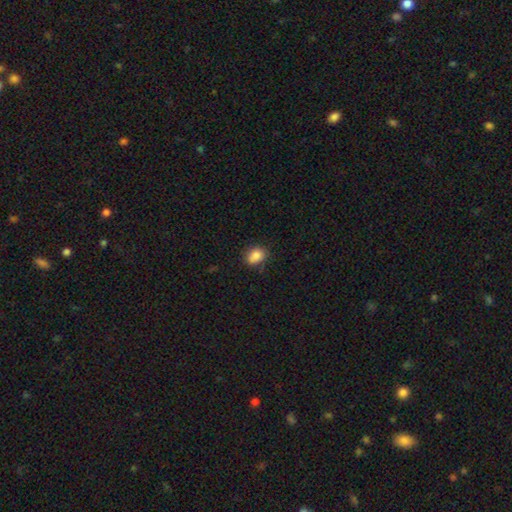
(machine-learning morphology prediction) type=smooth (85%); roundness=in between (52%); merging=none (73%).